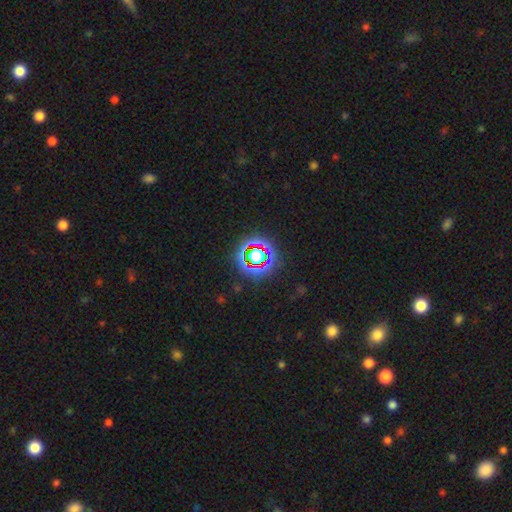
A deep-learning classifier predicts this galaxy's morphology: A star or artifact, not a galaxy (66%).